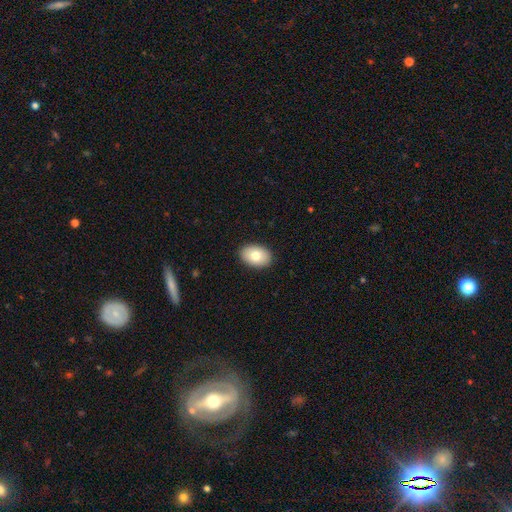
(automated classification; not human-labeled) This appears to be a smooth galaxy with no disk features (78%) that is in between round and cigar-shaped (84%). Merging: none (90%).